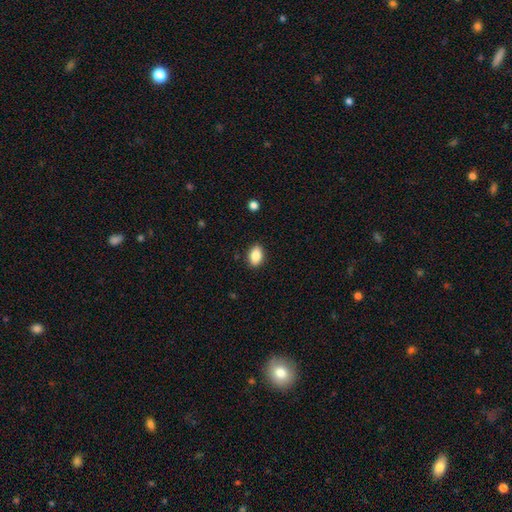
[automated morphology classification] A smooth galaxy with no disk features (87%) that is in between round and cigar-shaped (86%). Merging: none (89%).